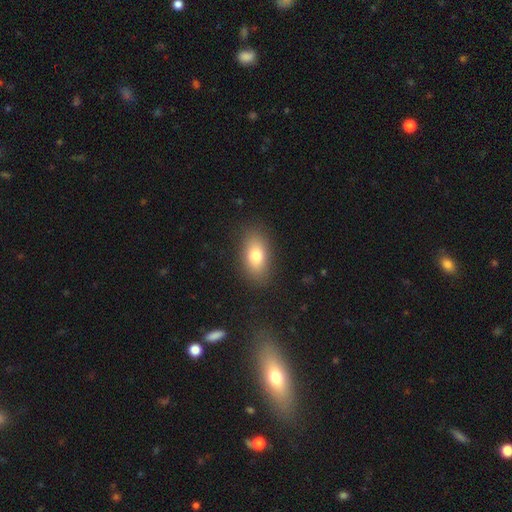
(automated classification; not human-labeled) This appears to be a smooth galaxy with no disk features (78%) that is in between round and cigar-shaped (88%). Merging: none (85%).